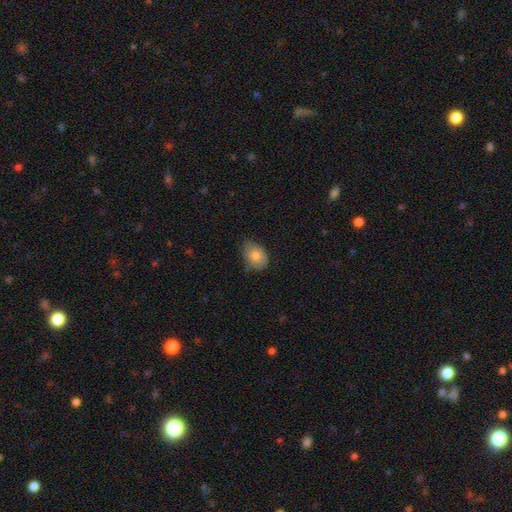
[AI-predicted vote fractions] Overall: smooth (80%). How rounded: in between (70%). Merging: none (67%; minor disturbance 28%).